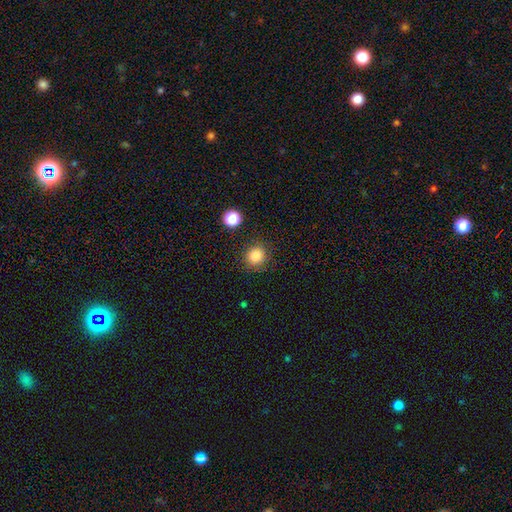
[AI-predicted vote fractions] This is clearly a smooth galaxy (84%). How rounded: clearly round (90%). Merging: clearly none (86%).